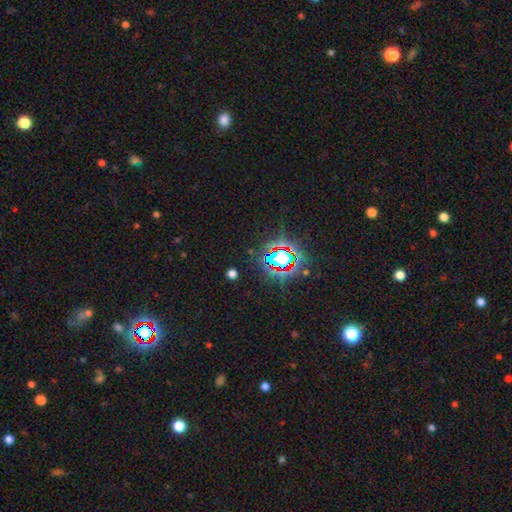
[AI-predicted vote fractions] This is clearly a star or artifact rather than a galaxy (82%).